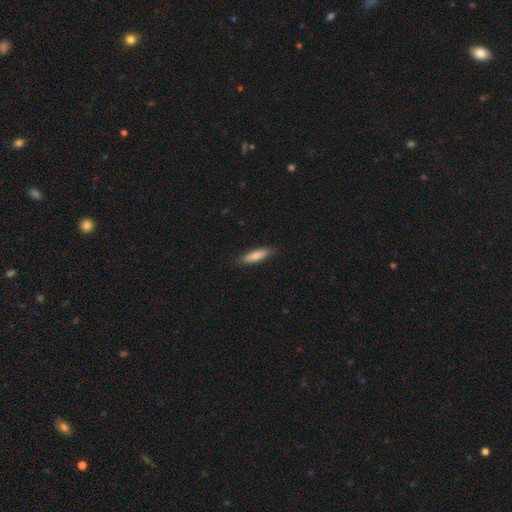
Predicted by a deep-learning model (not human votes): Q: Smooth or featured?
A: smooth (79%); runner-up: featured or disk (15%)
Q: How rounded?
A: cigar-shaped (68%); runner-up: in between (30%)
Q: Merging?
A: none (84%); runner-up: minor disturbance (12%)